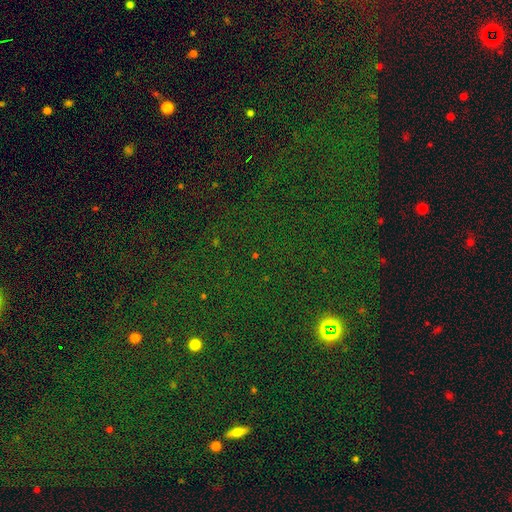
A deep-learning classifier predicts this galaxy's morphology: Smooth or featured?
  - star or artifact: 74% *
  - smooth: 17%
  - featured or disk: 9%